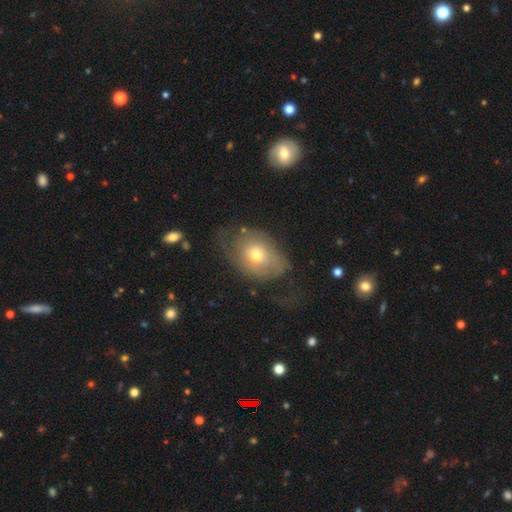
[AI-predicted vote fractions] Morphology: type=smooth (53%); roundness=in between (72%); merging=none (44%).